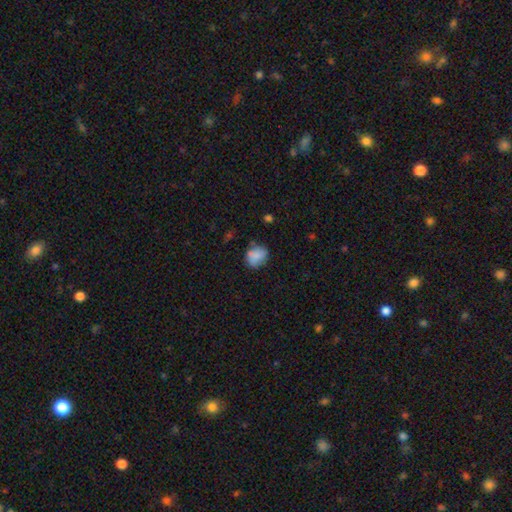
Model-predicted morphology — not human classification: type=smooth (80%); roundness=round (52%); merging=none (62%).